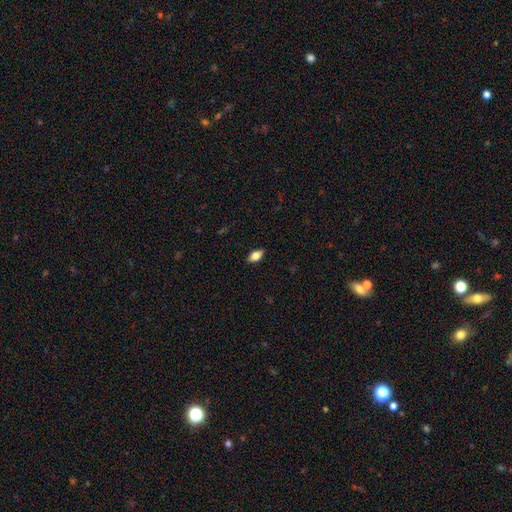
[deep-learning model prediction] This is likely a smooth galaxy (69%). How rounded: clearly in between (86%). Merging: clearly none (87%).